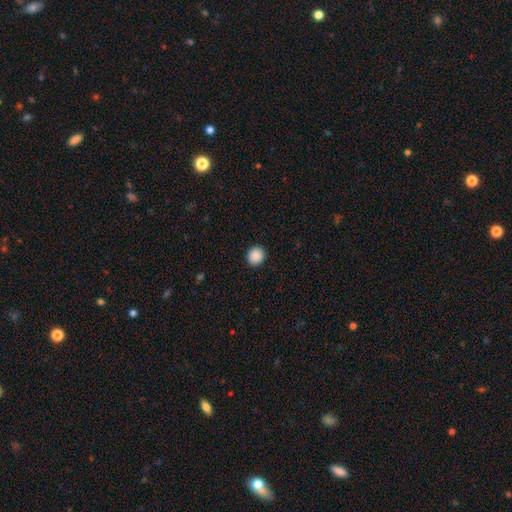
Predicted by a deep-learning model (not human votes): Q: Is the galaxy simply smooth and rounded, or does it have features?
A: smooth — 89%.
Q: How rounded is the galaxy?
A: round — 86%.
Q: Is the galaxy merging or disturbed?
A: none — 92%.